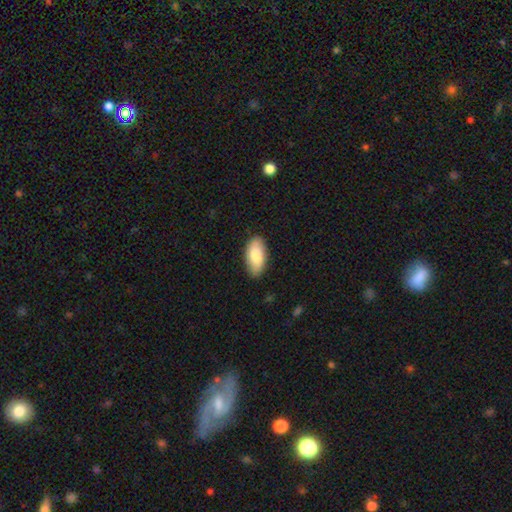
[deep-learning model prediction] smooth-or-featured: smooth: 82% | featured or disk: 13% | star or artifact: 5%
  how-rounded: in between: 94% | cigar-shaped: 4% | round: 2%
  merging: none: 86% | minor disturbance: 11% | major disturbance: 2% | merger: 1%